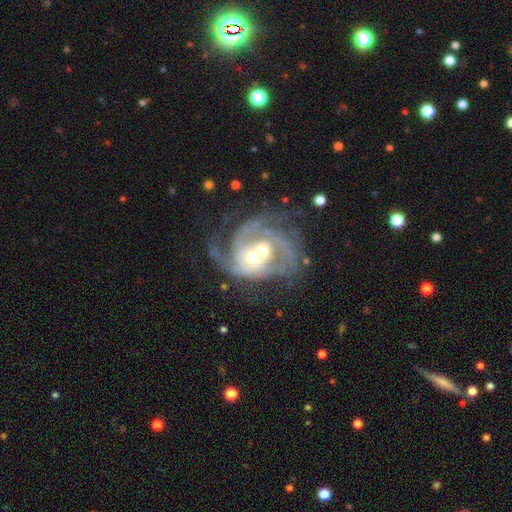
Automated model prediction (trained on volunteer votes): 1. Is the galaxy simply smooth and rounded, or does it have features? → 85% featured or disk, 9% smooth, 6% star or artifact.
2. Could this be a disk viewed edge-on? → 98% no, 2% yes.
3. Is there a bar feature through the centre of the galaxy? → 70% no, 25% weak, 6% strong.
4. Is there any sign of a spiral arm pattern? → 91% yes, 9% no.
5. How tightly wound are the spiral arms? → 44% medium, 37% tight, 20% loose.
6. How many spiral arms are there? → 34% 2, 27% 3, 23% can't tell, 8% 1, 5% 4, 4% more than 4.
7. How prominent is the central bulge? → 64% moderate, 25% small, 7% large, 2% none, 1% dominant.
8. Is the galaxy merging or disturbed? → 56% merger, 20% none, 15% major disturbance, 9% minor disturbance.